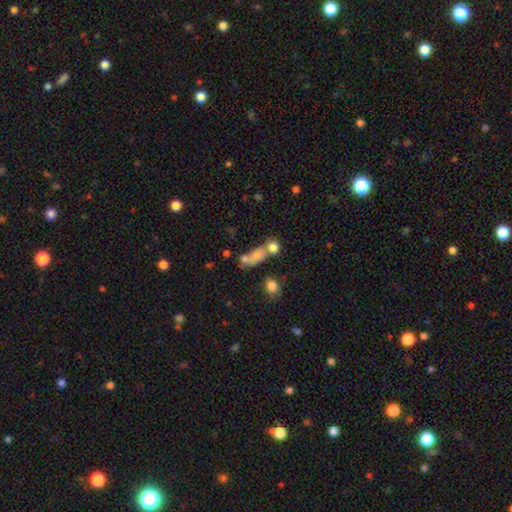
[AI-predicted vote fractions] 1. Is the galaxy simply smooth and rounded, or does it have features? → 65% smooth, 18% featured or disk, 17% star or artifact.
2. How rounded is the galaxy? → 61% in between, 25% round, 14% cigar-shaped.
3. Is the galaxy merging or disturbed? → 42% merger, 31% none, 14% minor disturbance, 13% major disturbance.